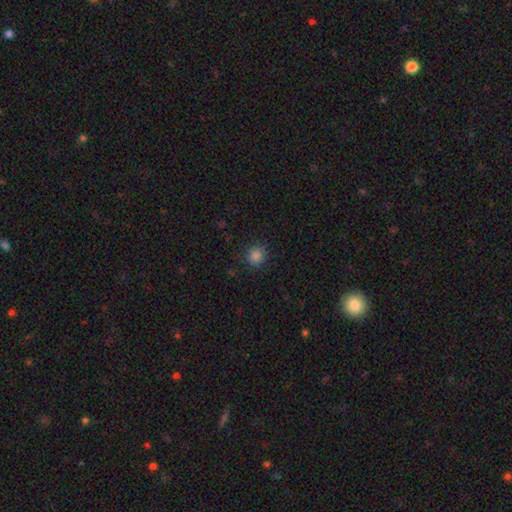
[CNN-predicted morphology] The model was most divided on "smooth or featured": smooth: 85%, star or artifact: 12%, featured or disk: 3%. More confident: how rounded — round (89%); merging — none (87%).